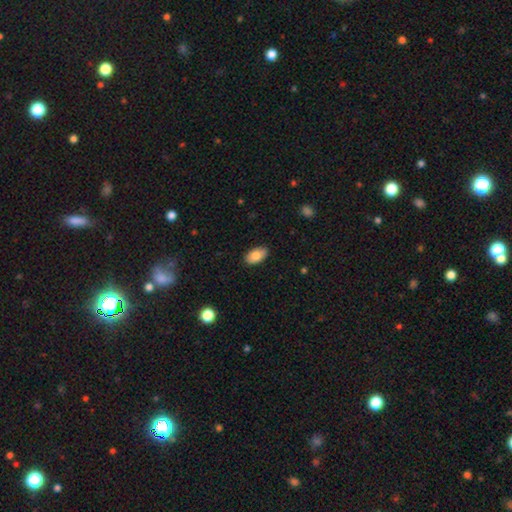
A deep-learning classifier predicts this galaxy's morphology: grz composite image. It shows a smooth galaxy with no disk features (82%) that is in between round and cigar-shaped (94%). Merging: none (86%).